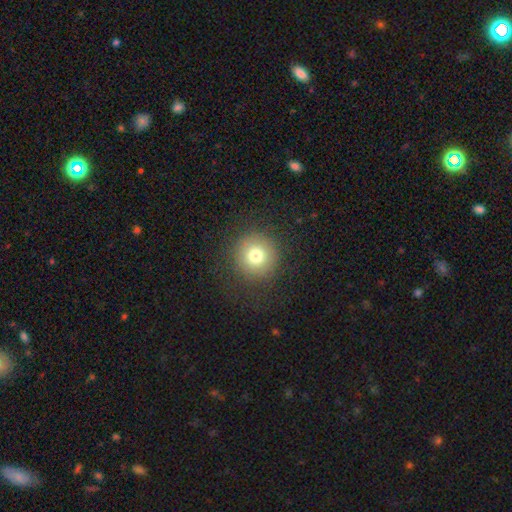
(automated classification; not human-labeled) This appears to be a smooth galaxy with no disk features (77%) that is round (95%). Merging: none (87%).